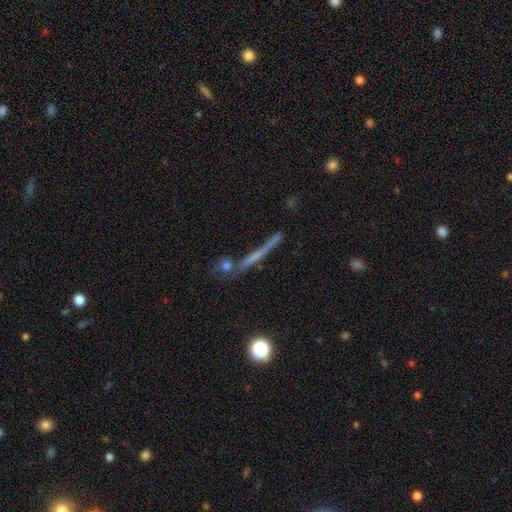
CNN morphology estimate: featured or disk 53%, smooth 32%, star or artifact 15%. Down the decision tree: edge-on disk — yes (90%); merging — none (70%).